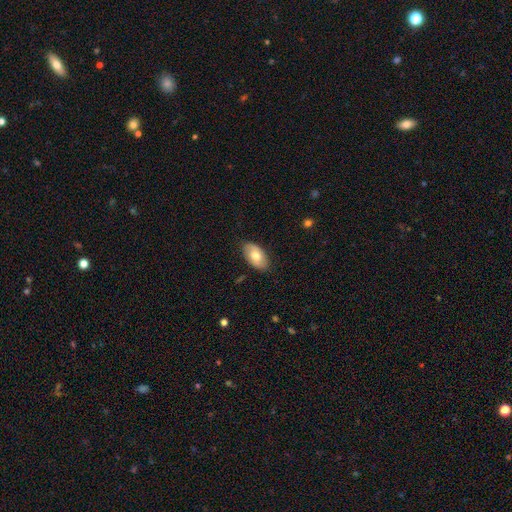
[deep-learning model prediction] smooth-or-featured: smooth: 70% | featured or disk: 24% | star or artifact: 6%
  how-rounded: in between: 94% | round: 4% | cigar-shaped: 2%
  merging: none: 83% | minor disturbance: 14% | major disturbance: 2% | merger: 1%